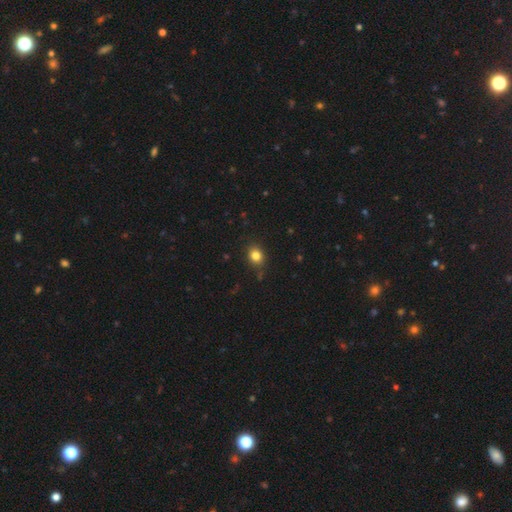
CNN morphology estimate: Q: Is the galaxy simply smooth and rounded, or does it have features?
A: smooth — 83%.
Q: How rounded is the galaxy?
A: round — 60%.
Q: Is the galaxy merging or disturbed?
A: none — 84%.